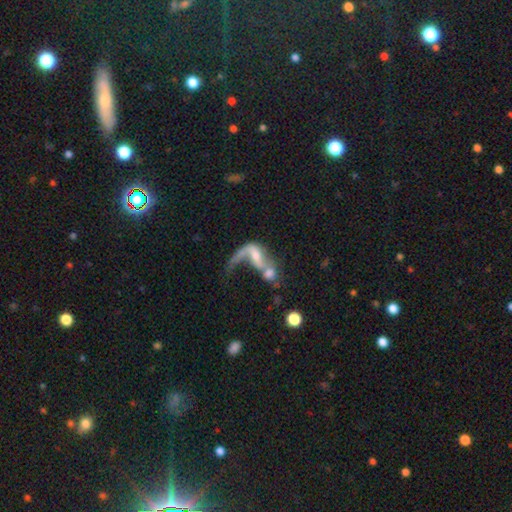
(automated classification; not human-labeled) This appears to be a featured or disk galaxy (64%) with no bar (48%), spiral arms (67%) and a moderate central bulge (37%). Merging: merger (59%).